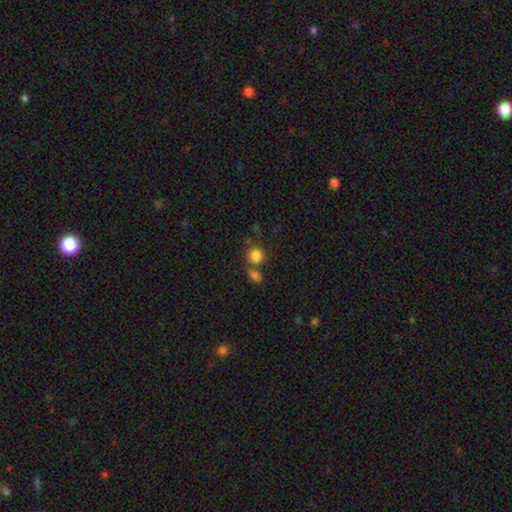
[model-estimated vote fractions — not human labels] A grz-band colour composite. It shows a smooth galaxy with no disk features (83%) that is round (86%). Merging: none (61%).